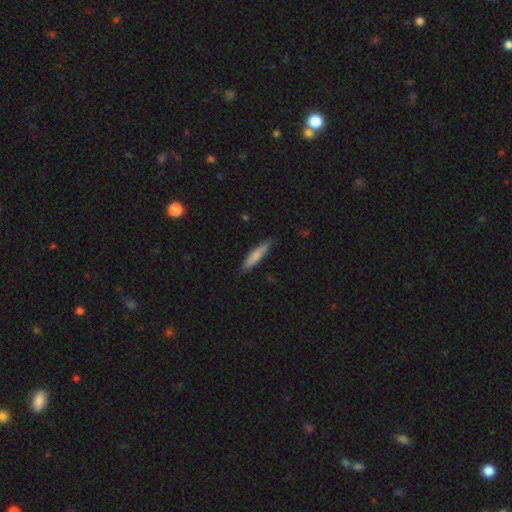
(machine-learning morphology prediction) A smooth galaxy with no disk features (75%) that is cigar-shaped (82%).

Vote fractions:
- Smooth or featured? smooth: 75% / featured or disk: 20% / star or artifact: 5%
- How rounded? cigar-shaped: 82% / in between: 17% / round: 1%
- Merging? none: 79% / minor disturbance: 17% / major disturbance: 2% / merger: 1%